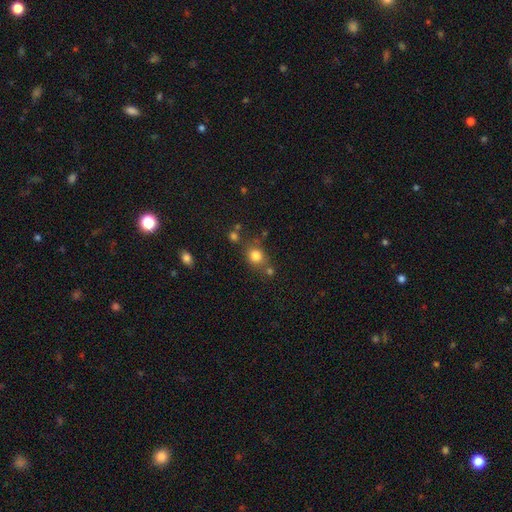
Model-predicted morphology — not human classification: Smooth or featured? smooth (80%)
How rounded? round (74%)
Merging? none (65%)